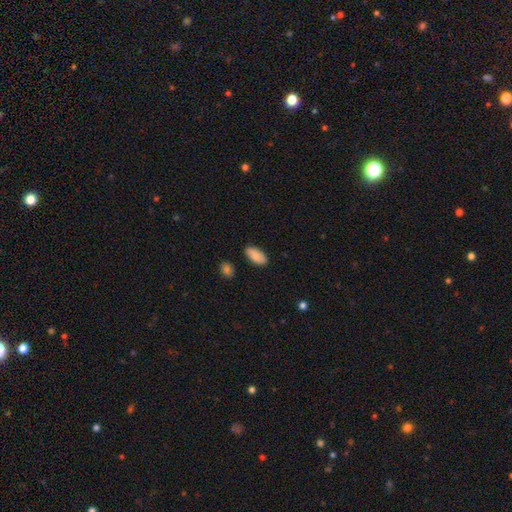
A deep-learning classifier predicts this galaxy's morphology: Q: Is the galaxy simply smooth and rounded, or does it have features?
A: smooth — 87%.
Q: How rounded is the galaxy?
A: in between — 92%.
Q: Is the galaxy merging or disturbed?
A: none — 86%.